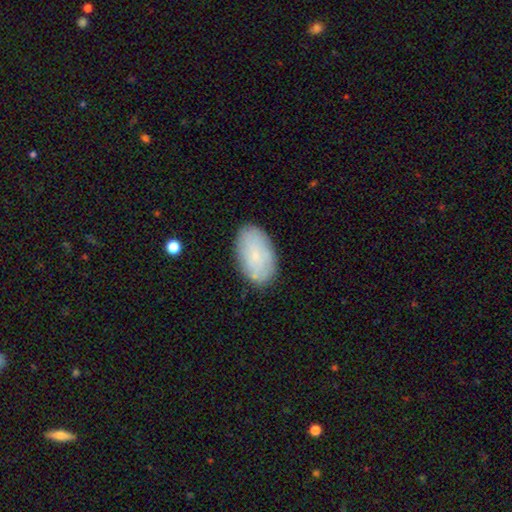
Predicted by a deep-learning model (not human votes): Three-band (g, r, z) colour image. It shows a smooth galaxy with no disk features (70%) that is in between round and cigar-shaped (94%). Merging: none (82%).